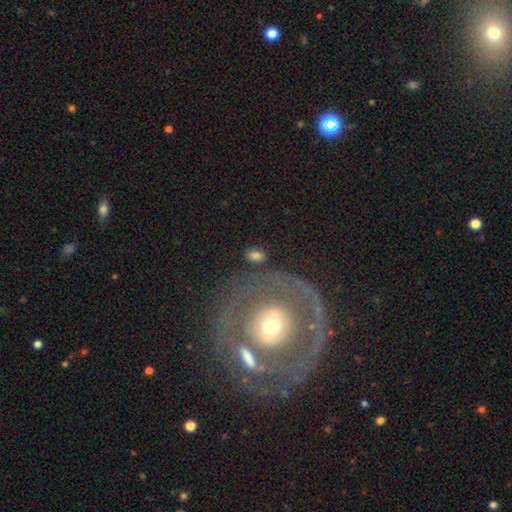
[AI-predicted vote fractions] smooth-or-featured: smooth: 74% | featured or disk: 16% | star or artifact: 10%
  how-rounded: in between: 81% | round: 16% | cigar-shaped: 3%
  merging: none: 75% | minor disturbance: 12% | major disturbance: 7% | merger: 6%